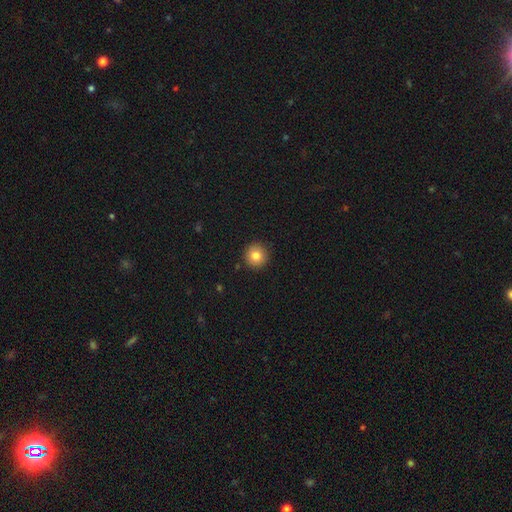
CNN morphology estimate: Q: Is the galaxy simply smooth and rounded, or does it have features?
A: smooth — 81%.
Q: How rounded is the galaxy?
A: round — 95%.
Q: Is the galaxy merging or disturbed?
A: none — 91%.